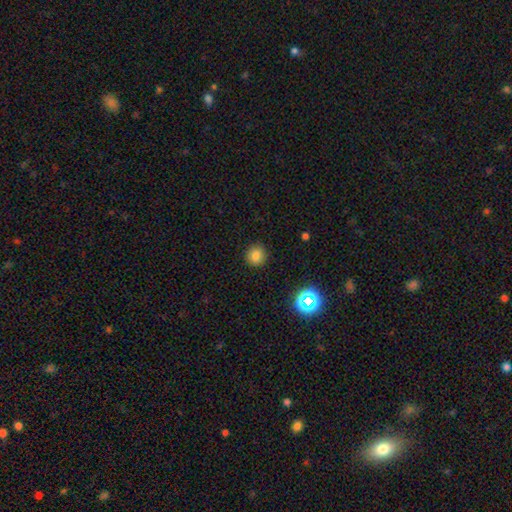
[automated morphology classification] This appears to be a smooth galaxy with no disk features (79%) that is round (89%). Merging: none (89%).